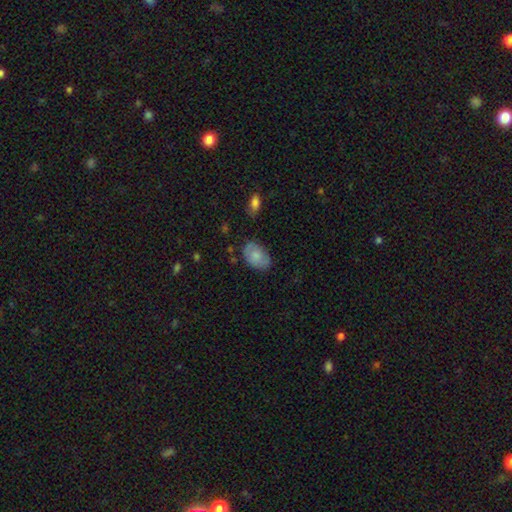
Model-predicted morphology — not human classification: This is likely a smooth galaxy (73%). How rounded: clearly in between (88%). Merging: likely none (69%).